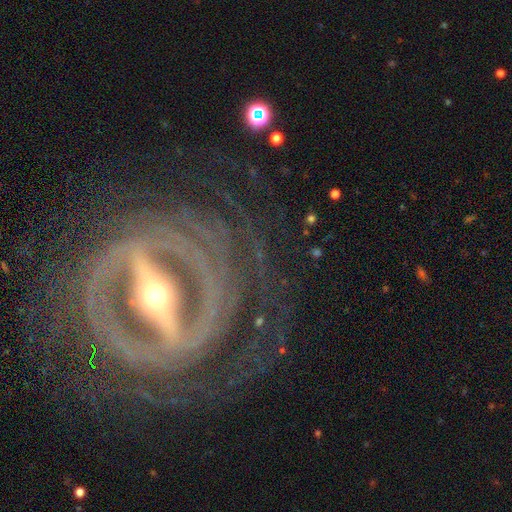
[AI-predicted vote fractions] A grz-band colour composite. It shows a featured or disk galaxy (91%) with a strong bar (87%), 2 (32%) tight (65%) spiral arms (79%) and a moderate central bulge (55%). Merging: none (72%).